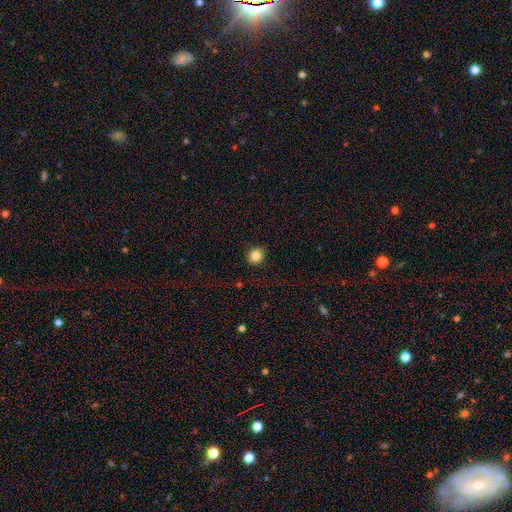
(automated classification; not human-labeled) A smooth galaxy with no disk features (86%) that is round (77%).

Vote fractions:
- Smooth or featured? smooth: 86% / star or artifact: 10% / featured or disk: 4%
- How rounded? round: 77% / in between: 22% / cigar-shaped: 1%
- Merging? none: 89% / minor disturbance: 8% / major disturbance: 2% / merger: 1%